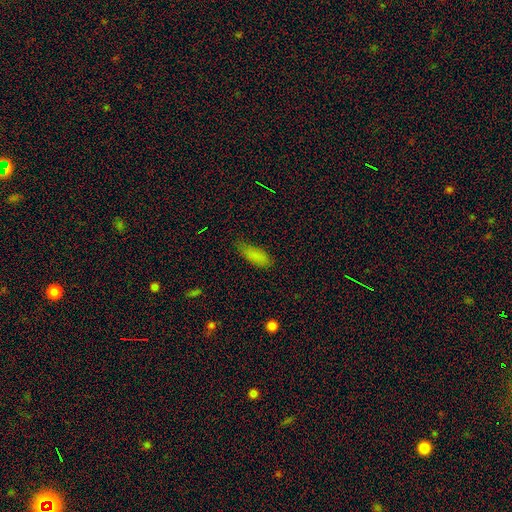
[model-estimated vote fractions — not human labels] Smooth or featured?
  - smooth: 83% *
  - star or artifact: 10%
  - featured or disk: 7%
How rounded?
  - in between: 74% *
  - cigar-shaped: 23%
  - round: 2%
Merging?
  - none: 68% *
  - minor disturbance: 25%
  - major disturbance: 6%
  - merger: 2%